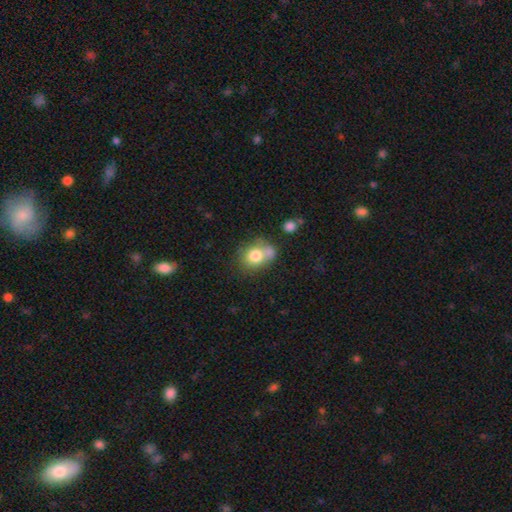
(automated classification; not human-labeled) Smooth or featured?
  - smooth: 76% *
  - featured or disk: 14%
  - star or artifact: 10%
How rounded?
  - round: 65% *
  - in between: 34%
  - cigar-shaped: 1%
Merging?
  - none: 43% *
  - merger: 31%
  - minor disturbance: 17%
  - major disturbance: 8%